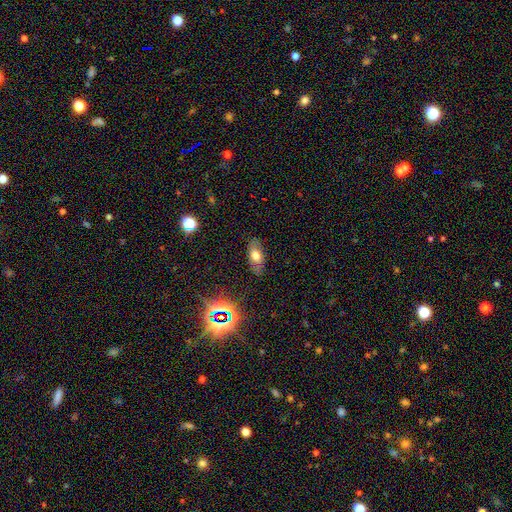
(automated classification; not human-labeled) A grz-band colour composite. It shows a smooth galaxy with no disk features (63%) that is in between round and cigar-shaped (85%). Merging: none (82%).